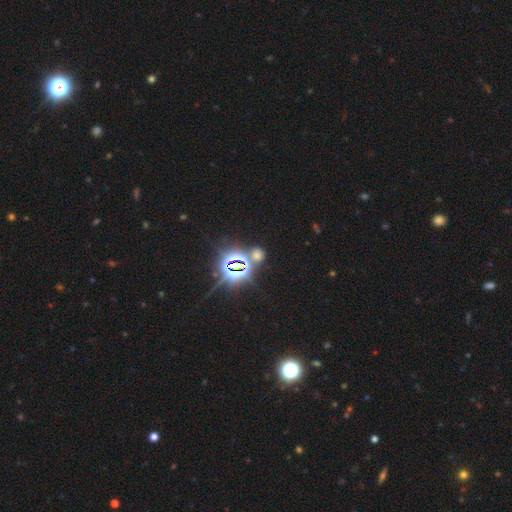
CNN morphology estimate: Smooth or featured: star or artifact — 73% (smooth — 19%)